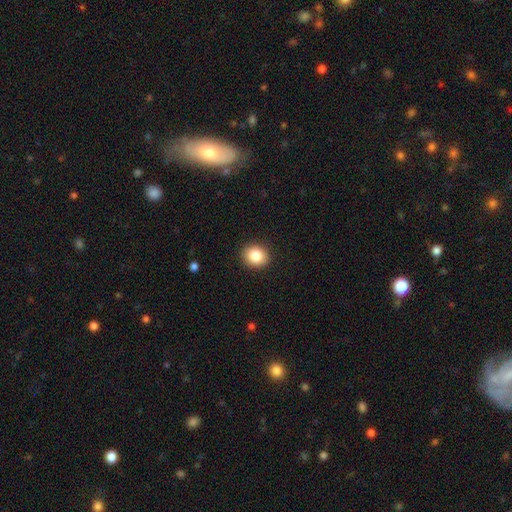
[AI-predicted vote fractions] This appears to be a smooth galaxy with no disk features (85%) that is round (68%). Merging: none (90%).